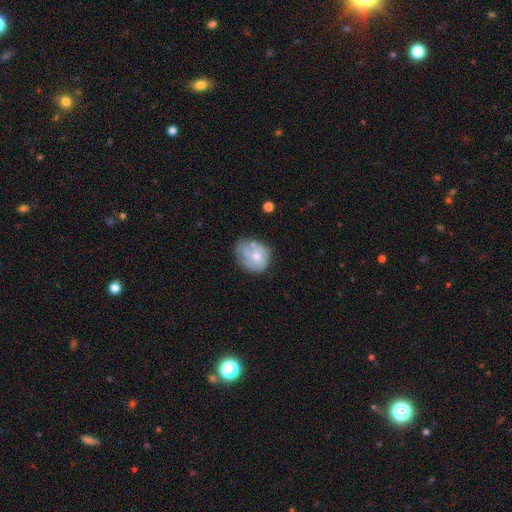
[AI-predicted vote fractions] smooth_or_featured: smooth (p=0.57) [alt: featured or disk p=0.35]
how_rounded: round (p=0.54) [alt: in between p=0.45]
merging: none (p=0.36) [alt: minor disturbance p=0.34]